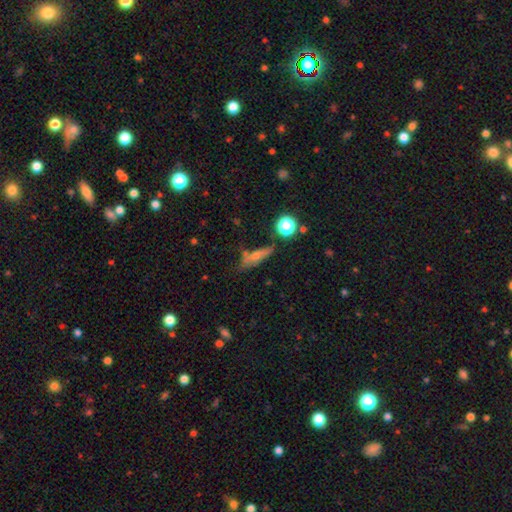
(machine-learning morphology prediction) Smooth or featured? Predicted: smooth (p=0.51). How rounded? Predicted: cigar-shaped (p=0.60). Merging? Predicted: none (p=0.61).